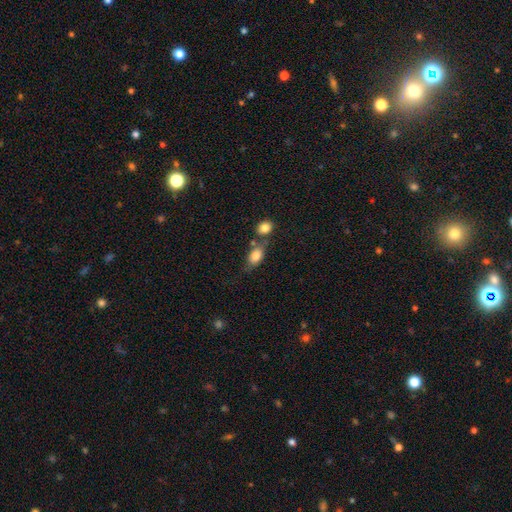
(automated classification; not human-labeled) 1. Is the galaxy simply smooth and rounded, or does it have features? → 81% smooth, 11% featured or disk, 8% star or artifact.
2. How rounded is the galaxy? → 82% in between, 14% round, 4% cigar-shaped.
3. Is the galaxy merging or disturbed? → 48% none, 31% merger, 15% minor disturbance, 6% major disturbance.